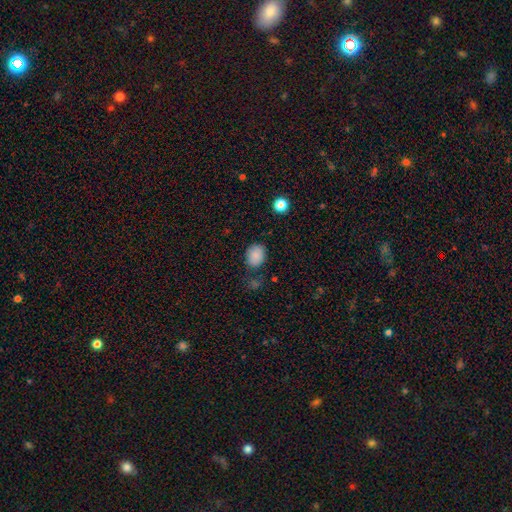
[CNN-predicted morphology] Overall: smooth (86%). How rounded: in between (59%; round 40%). Merging: none (76%).